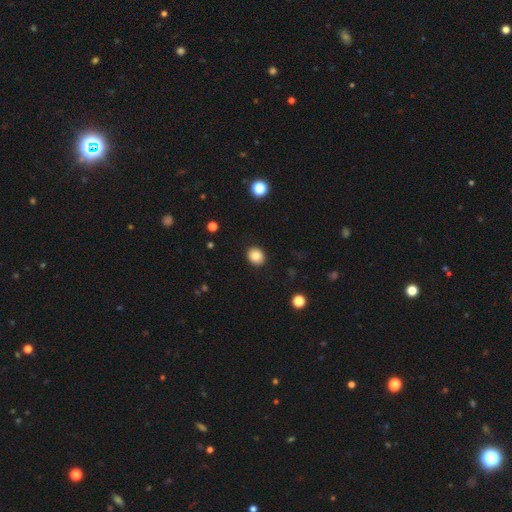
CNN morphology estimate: A smooth galaxy with no disk features (84%) that is round (62%). Merging: none (91%).